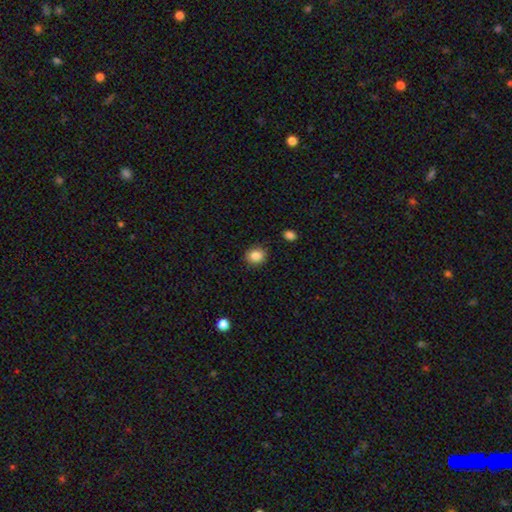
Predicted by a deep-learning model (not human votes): Morphology: type=smooth (86%); roundness=round (78%); merging=none (87%).